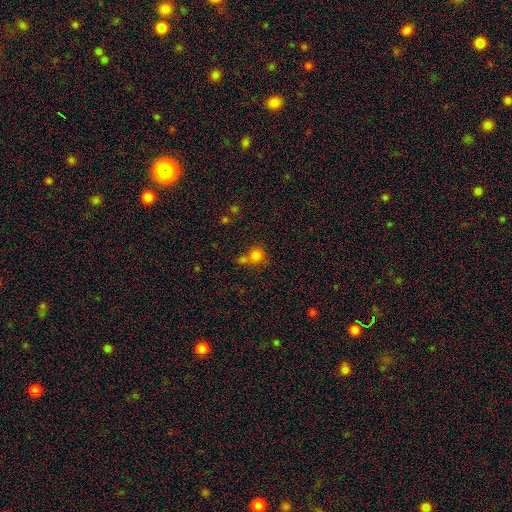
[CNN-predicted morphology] smooth_or_featured: smooth (p=0.79) [alt: star or artifact p=0.14]
how_rounded: round (p=0.84) [alt: in between p=0.15]
merging: none (p=0.45) [alt: merger p=0.39]